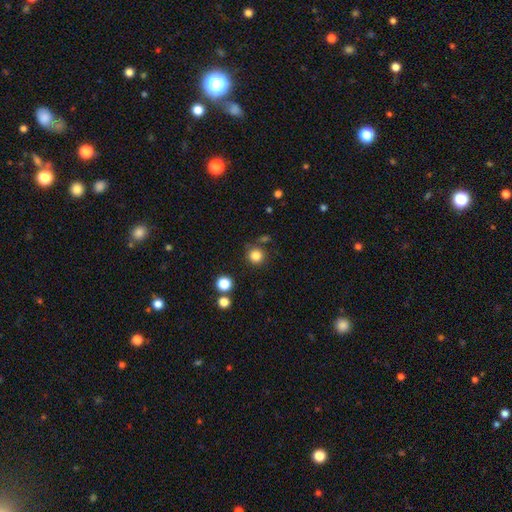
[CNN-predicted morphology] Smooth or featured?
  - smooth: 83% *
  - star or artifact: 12%
  - featured or disk: 5%
How rounded?
  - round: 93% *
  - in between: 6%
  - cigar-shaped: 1%
Merging?
  - none: 82% *
  - minor disturbance: 9%
  - merger: 5%
  - major disturbance: 3%